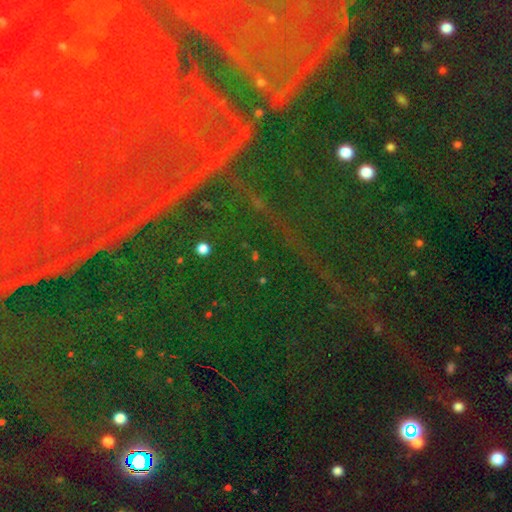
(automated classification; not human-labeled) Smooth or featured?
  - star or artifact: 82% *
  - featured or disk: 10%
  - smooth: 9%